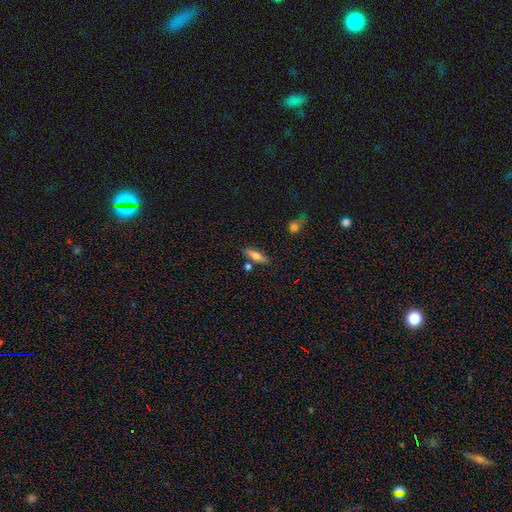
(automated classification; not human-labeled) A smooth galaxy with no disk features (74%) that is cigar-shaped (49%).

Vote fractions:
- Smooth or featured? smooth: 74% / featured or disk: 18% / star or artifact: 8%
- How rounded? cigar-shaped: 49% / in between: 48% / round: 3%
- Merging? none: 74% / minor disturbance: 12% / merger: 11% / major disturbance: 3%